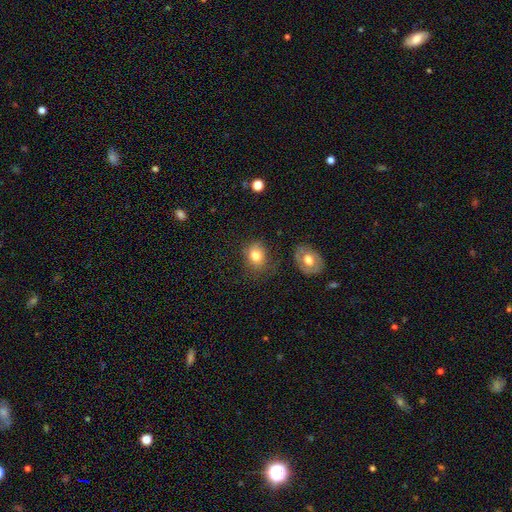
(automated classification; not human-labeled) A smooth galaxy with no disk features (78%) that is in between round and cigar-shaped (52%). Merging: none (63%).